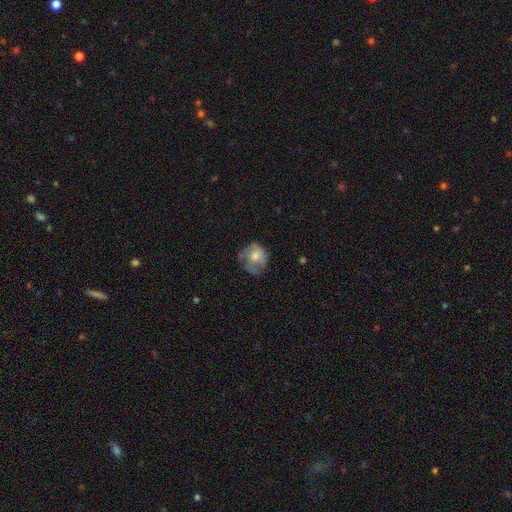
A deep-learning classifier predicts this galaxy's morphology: Smooth or featured: smooth — 52% (featured or disk — 38%)
How rounded: round — 71% (in between — 28%)
Merging: none — 52% (minor disturbance — 27%)